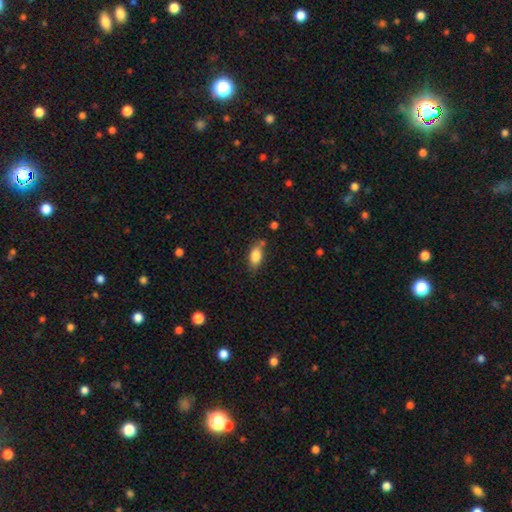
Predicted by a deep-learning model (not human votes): A smooth galaxy with no disk features (81%) that is in between round and cigar-shaped (86%).

Vote fractions:
- Smooth or featured? smooth: 81% / featured or disk: 11% / star or artifact: 8%
- How rounded? in between: 86% / cigar-shaped: 10% / round: 4%
- Merging? none: 67% / minor disturbance: 21% / merger: 7% / major disturbance: 5%